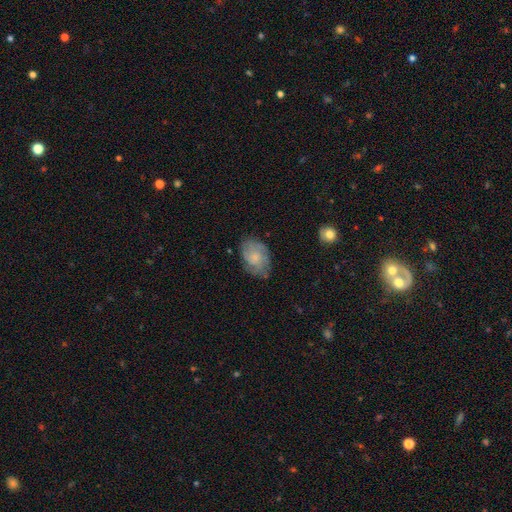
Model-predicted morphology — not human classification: This appears to be a featured or disk galaxy (56%) with no bar (77%), spiral arms (86%) and a small central bulge (52%). Merging: none (73%).